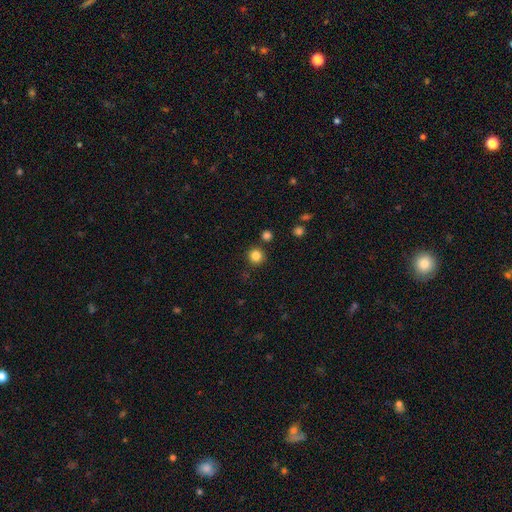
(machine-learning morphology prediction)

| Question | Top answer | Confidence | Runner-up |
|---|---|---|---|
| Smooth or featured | smooth | 84% | star or artifact (12%) |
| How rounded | round | 95% | in between (4%) |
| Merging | none | 87% | minor disturbance (7%) |